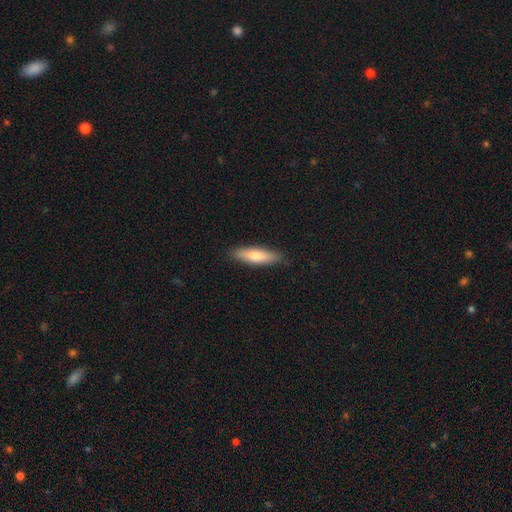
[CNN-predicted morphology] type=smooth (75%); roundness=cigar-shaped (70%); merging=none (88%).